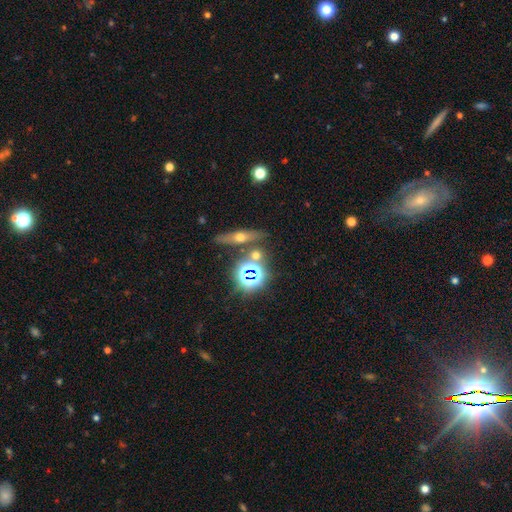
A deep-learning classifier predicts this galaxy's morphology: smooth 41%, star or artifact 37%, featured or disk 22%. Down the decision tree: merging — none (73%).